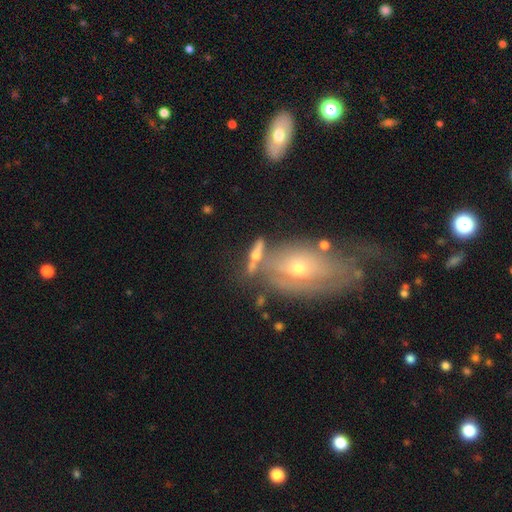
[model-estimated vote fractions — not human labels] Smooth or featured?
  - featured or disk: 47% *
  - smooth: 42%
  - star or artifact: 11%
Merging?
  - none: 52% *
  - merger: 25%
  - minor disturbance: 15%
  - major disturbance: 8%